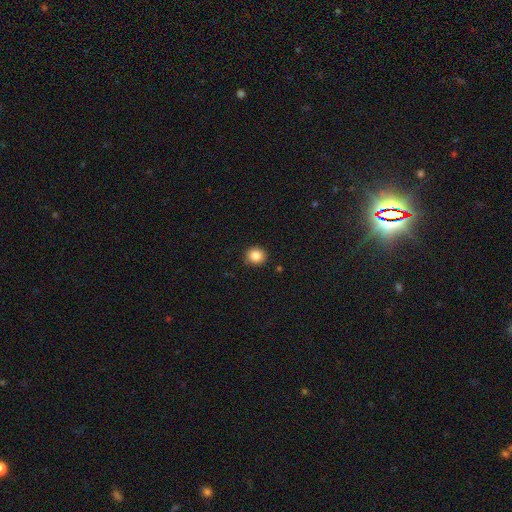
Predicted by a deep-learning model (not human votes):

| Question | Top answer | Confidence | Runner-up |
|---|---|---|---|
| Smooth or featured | smooth | 86% | star or artifact (10%) |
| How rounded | round | 86% | in between (13%) |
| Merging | none | 90% | minor disturbance (7%) |